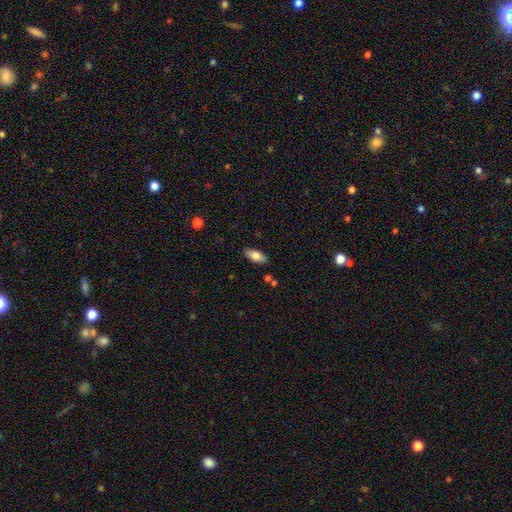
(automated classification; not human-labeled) A smooth galaxy with no disk features (76%) that is in between round and cigar-shaped (85%).

Vote fractions:
- Smooth or featured? smooth: 76% / featured or disk: 17% / star or artifact: 7%
- How rounded? in between: 85% / cigar-shaped: 13% / round: 2%
- Merging? none: 85% / minor disturbance: 10% / merger: 2% / major disturbance: 2%